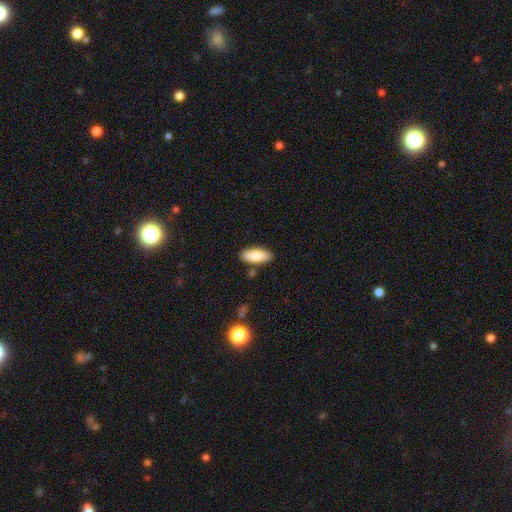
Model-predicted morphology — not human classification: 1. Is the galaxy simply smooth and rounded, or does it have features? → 85% smooth, 8% featured or disk, 6% star or artifact.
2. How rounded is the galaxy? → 81% in between, 17% cigar-shaped, 2% round.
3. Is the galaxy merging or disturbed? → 85% none, 10% minor disturbance, 3% merger, 2% major disturbance.